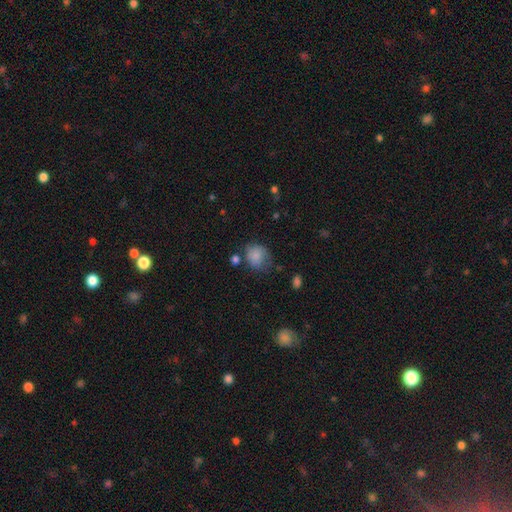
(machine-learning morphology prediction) Smooth or featured: smooth — 81% (featured or disk — 10%)
How rounded: round — 67% (in between — 32%)
Merging: none — 50% (minor disturbance — 30%)